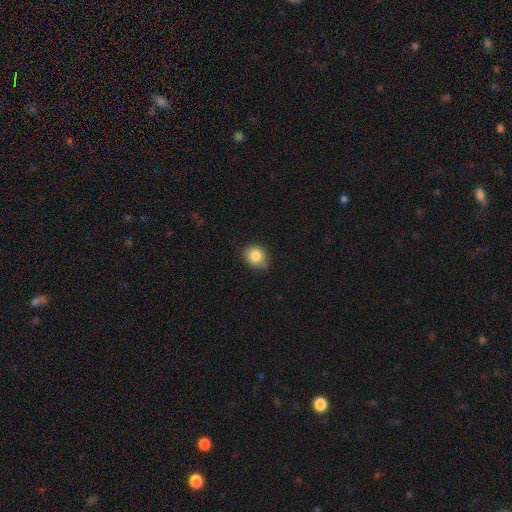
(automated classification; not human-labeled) Smooth or featured? smooth (85%)
How rounded? round (65%)
Merging? none (75%)